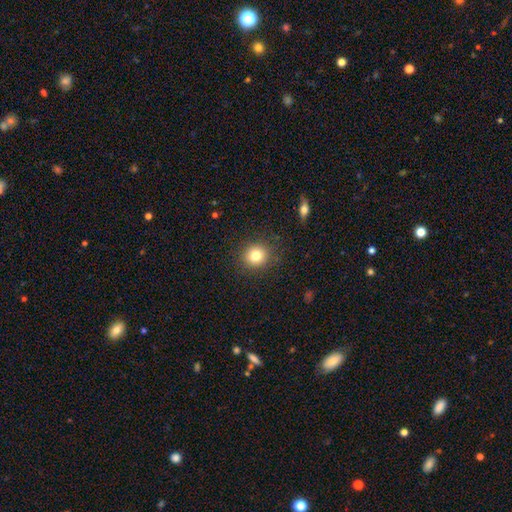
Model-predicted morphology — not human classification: type=smooth (80%); roundness=round (89%); merging=none (88%).